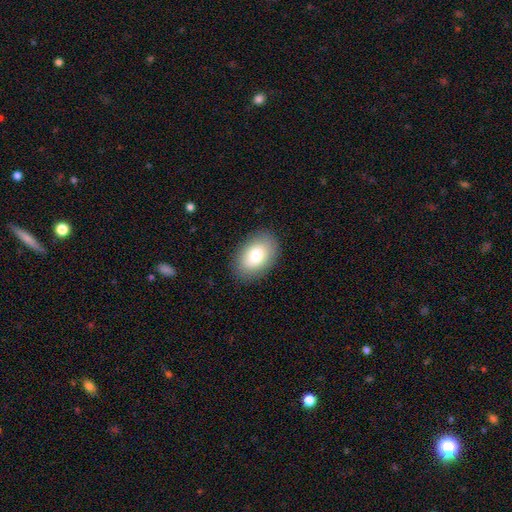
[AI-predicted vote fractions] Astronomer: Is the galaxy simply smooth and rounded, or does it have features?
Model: smooth — 80%.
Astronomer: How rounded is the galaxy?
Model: in between — 87%.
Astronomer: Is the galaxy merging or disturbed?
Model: none — 86%.